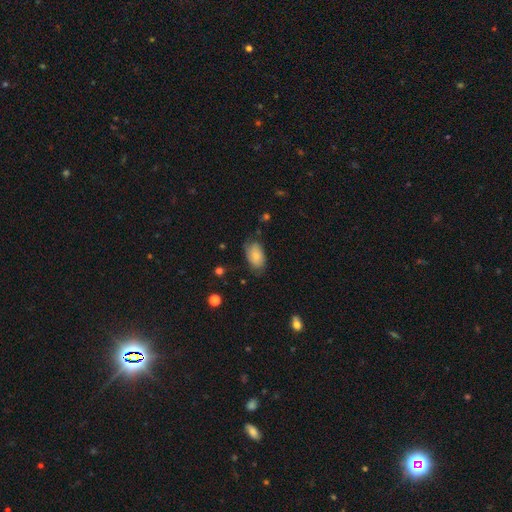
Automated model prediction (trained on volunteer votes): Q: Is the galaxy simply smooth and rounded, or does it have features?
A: smooth — 74%.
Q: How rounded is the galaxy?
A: in between — 93%.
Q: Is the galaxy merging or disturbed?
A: none — 66%.